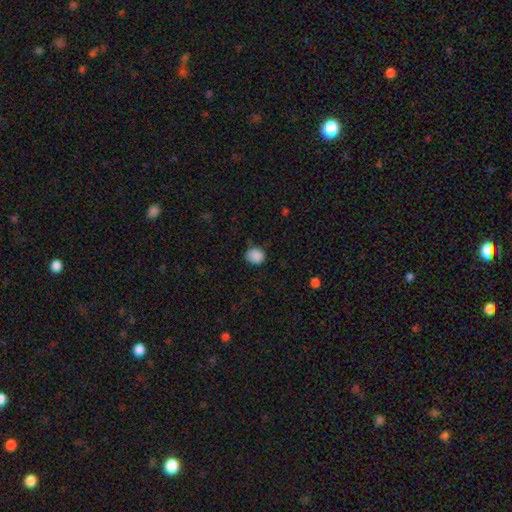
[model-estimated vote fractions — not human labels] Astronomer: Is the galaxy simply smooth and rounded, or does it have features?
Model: smooth — 88%.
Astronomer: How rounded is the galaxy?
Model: round — 66%.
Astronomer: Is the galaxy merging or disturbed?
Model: none — 74%.